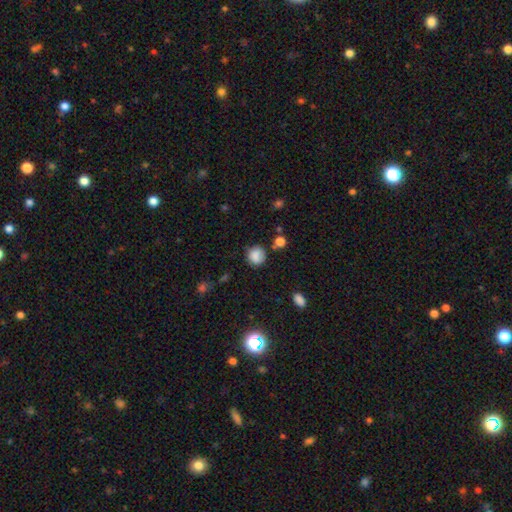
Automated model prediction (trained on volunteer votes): Smooth or featured? smooth (82%)
How rounded? round (83%)
Merging? none (73%)